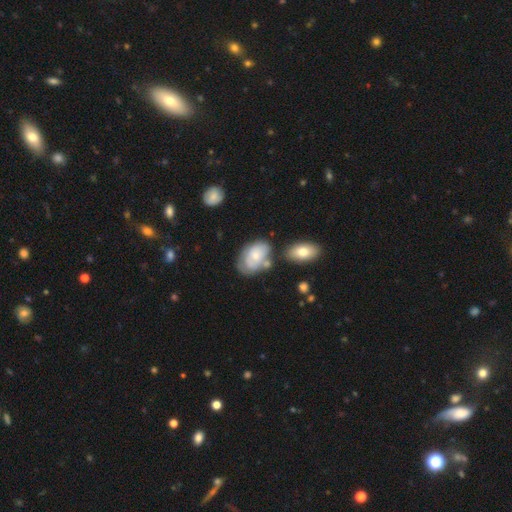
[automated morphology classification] smooth 55%, featured or disk 38%, star or artifact 7%. Down the decision tree: how rounded — in between (86%); merging — none (45%).